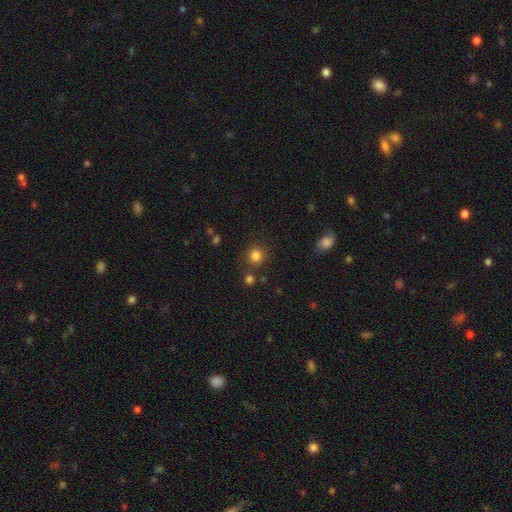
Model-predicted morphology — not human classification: Smooth or featured: smooth — 82% (star or artifact — 13%)
How rounded: round — 91% (in between — 8%)
Merging: none — 81% (minor disturbance — 8%)